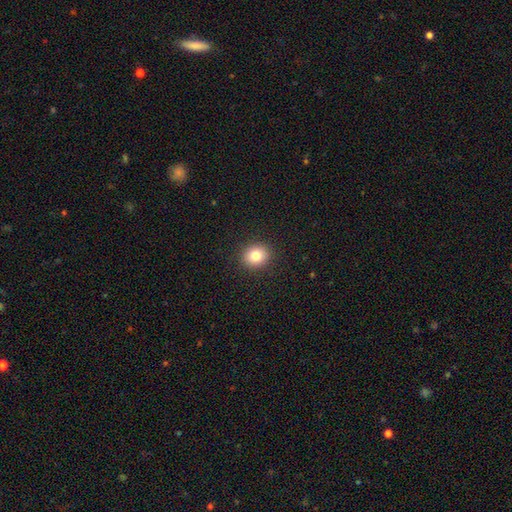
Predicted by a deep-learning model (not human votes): Smooth or featured: smooth — 81% (star or artifact — 11%)
How rounded: round — 78% (in between — 21%)
Merging: none — 91% (minor disturbance — 6%)